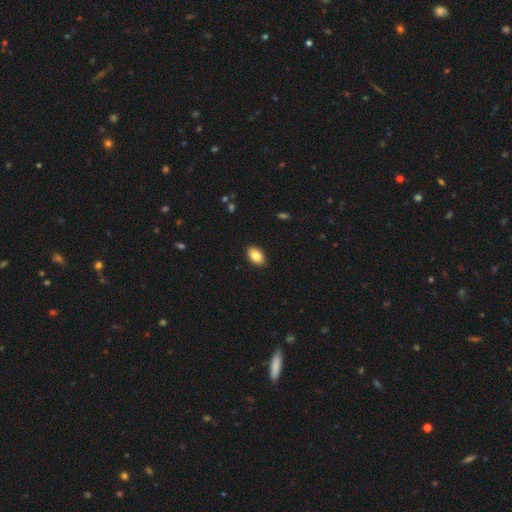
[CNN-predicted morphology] Smooth or featured?
  - smooth: 85% *
  - featured or disk: 8%
  - star or artifact: 8%
How rounded?
  - in between: 90% *
  - round: 9%
  - cigar-shaped: 1%
Merging?
  - none: 90% *
  - minor disturbance: 7%
  - major disturbance: 2%
  - merger: 1%